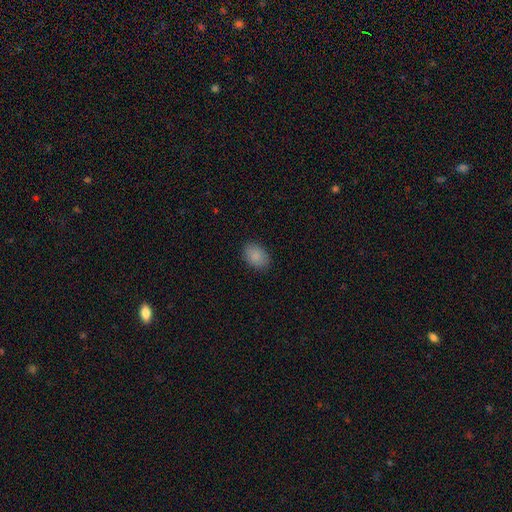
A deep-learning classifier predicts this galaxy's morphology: Smooth or featured: smooth — 88% (star or artifact — 8%)
How rounded: in between — 80% (round — 19%)
Merging: none — 87% (minor disturbance — 10%)